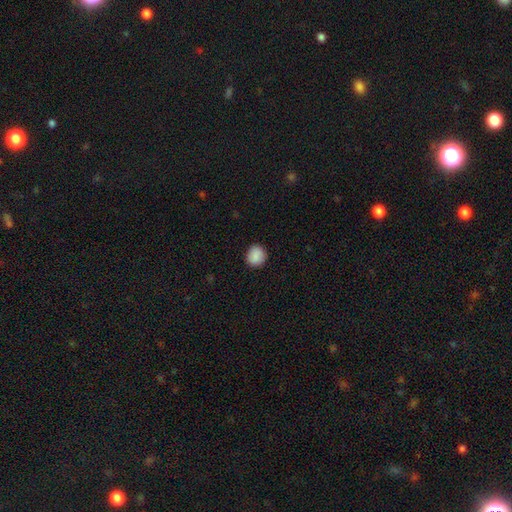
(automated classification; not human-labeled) Smooth or featured?
  - smooth: 89% *
  - star or artifact: 8%
  - featured or disk: 4%
How rounded?
  - round: 85% *
  - in between: 14%
  - cigar-shaped: 1%
Merging?
  - none: 88% *
  - minor disturbance: 9%
  - major disturbance: 2%
  - merger: 1%